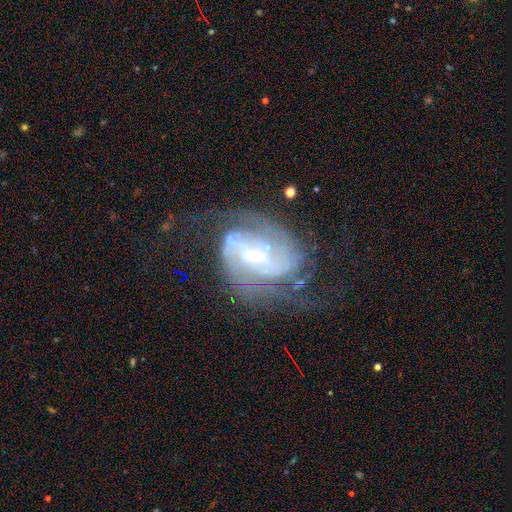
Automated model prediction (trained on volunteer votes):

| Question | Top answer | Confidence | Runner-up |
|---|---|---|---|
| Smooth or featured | featured or disk | 87% | star or artifact (6%) |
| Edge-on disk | no | 97% | yes (3%) |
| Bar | weak | 47% | strong (36%) |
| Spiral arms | yes | 96% | no (4%) |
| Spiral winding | medium | 48% | tight (34%) |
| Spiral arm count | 2 | 67% | can't tell (13%) |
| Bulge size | small | 56% | moderate (32%) |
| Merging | none | 60% | major disturbance (19%) |